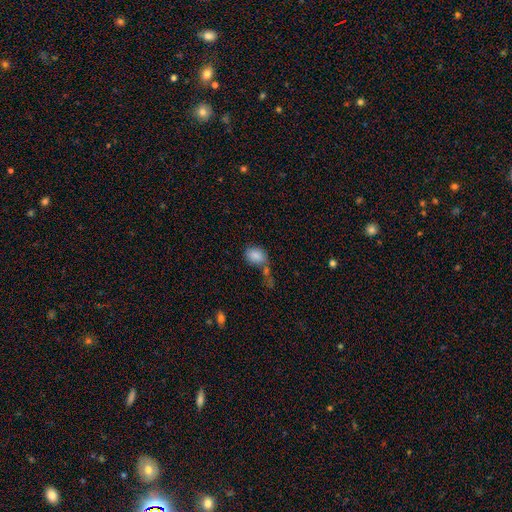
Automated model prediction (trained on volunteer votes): Smooth or featured: smooth — 85% (star or artifact — 8%)
How rounded: in between — 68% (round — 31%)
Merging: none — 43% (merger — 28%)